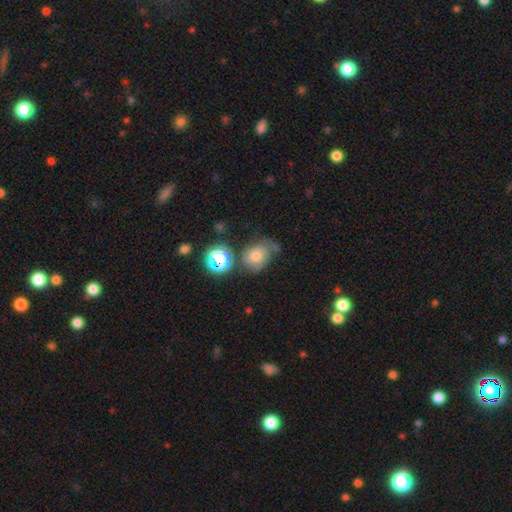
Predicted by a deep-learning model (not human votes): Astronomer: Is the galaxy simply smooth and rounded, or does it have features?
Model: smooth — 49% (runner-up: featured or disk, 32%).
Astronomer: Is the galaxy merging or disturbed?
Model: none — 48% (runner-up: minor disturbance, 29%).